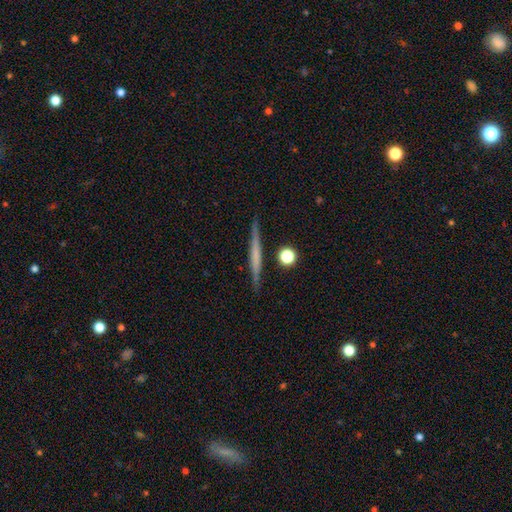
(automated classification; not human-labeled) Smooth or featured: featured or disk — 55% (smooth — 39%)
Edge-on disk: yes — 96% (no — 4%)
Edge-on bulge: none — 71% (rounded — 17%)
Merging: none — 88% (minor disturbance — 8%)